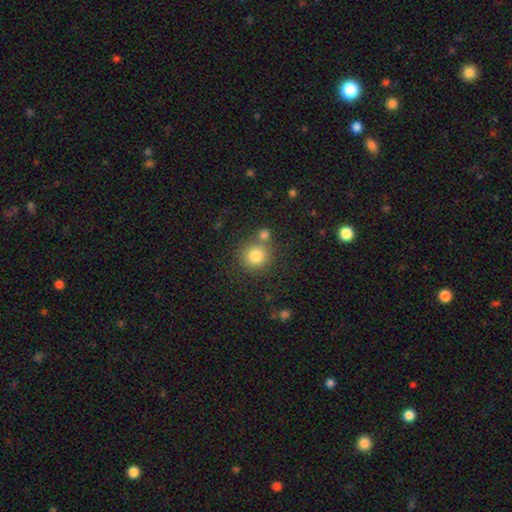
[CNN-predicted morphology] Overall: smooth (81%). How rounded: round (90%). Merging: none (66%).